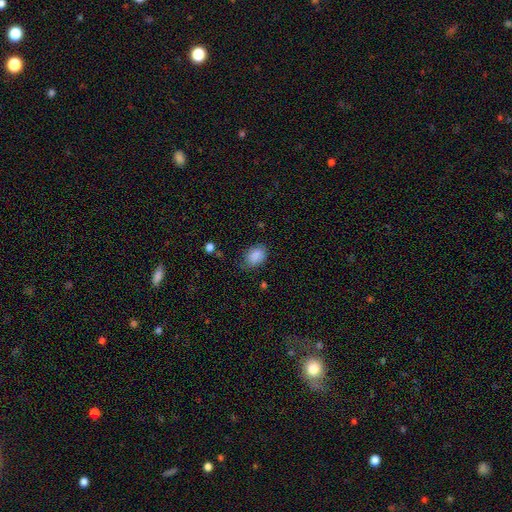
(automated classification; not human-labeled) A smooth galaxy with no disk features (86%) that is in between round and cigar-shaped (72%). Merging: none (69%).